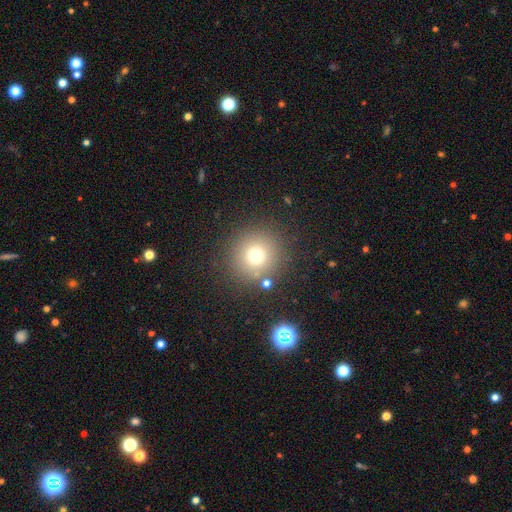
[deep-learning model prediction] This is likely a smooth galaxy (72%). How rounded: clearly round (94%). Merging: clearly none (84%).